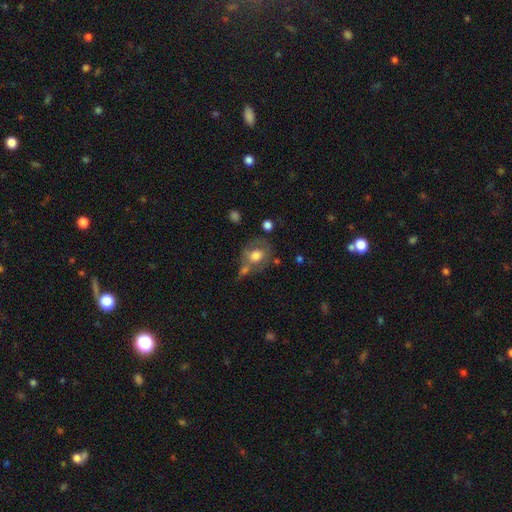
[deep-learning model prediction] This is likely a smooth galaxy (64%). How rounded: likely round (67%). Merging: marginally none (45%).